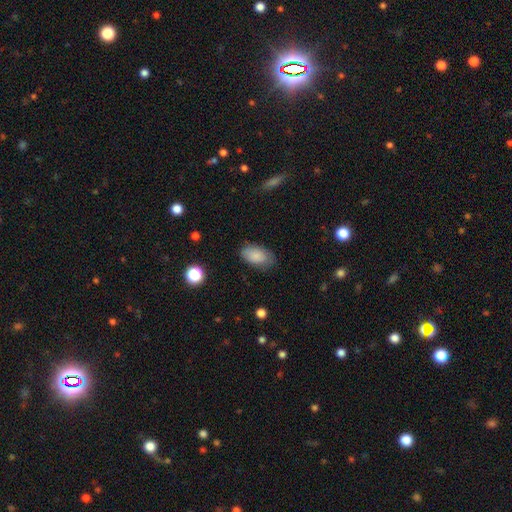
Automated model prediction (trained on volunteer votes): Q: Smooth or featured?
A: smooth (85%); runner-up: featured or disk (7%)
Q: How rounded?
A: in between (93%); runner-up: round (5%)
Q: Merging?
A: none (78%); runner-up: minor disturbance (17%)